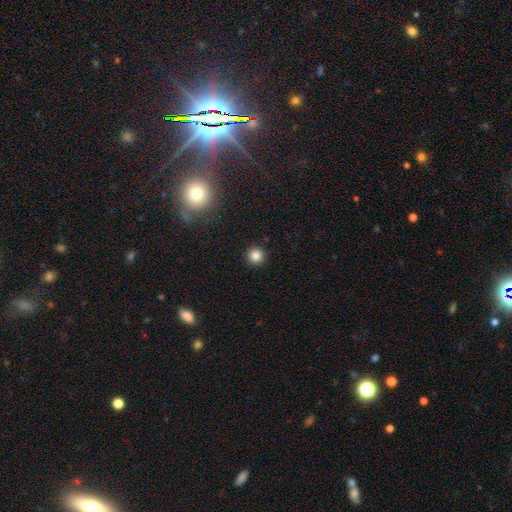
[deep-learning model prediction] A smooth galaxy with no disk features (85%) that is round (95%).

Vote fractions:
- Smooth or featured? smooth: 85% / star or artifact: 12% / featured or disk: 4%
- How rounded? round: 95% / in between: 4% / cigar-shaped: 1%
- Merging? none: 92% / minor disturbance: 5% / major disturbance: 2% / merger: 1%